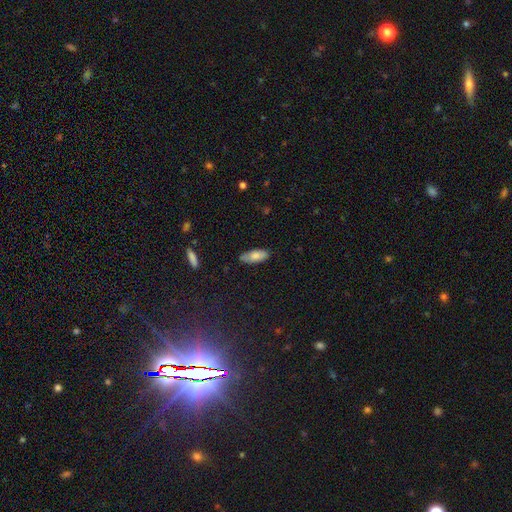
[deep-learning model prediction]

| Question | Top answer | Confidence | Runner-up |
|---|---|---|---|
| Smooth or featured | smooth | 79% | featured or disk (15%) |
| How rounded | in between | 79% | cigar-shaped (20%) |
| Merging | none | 78% | minor disturbance (17%) |